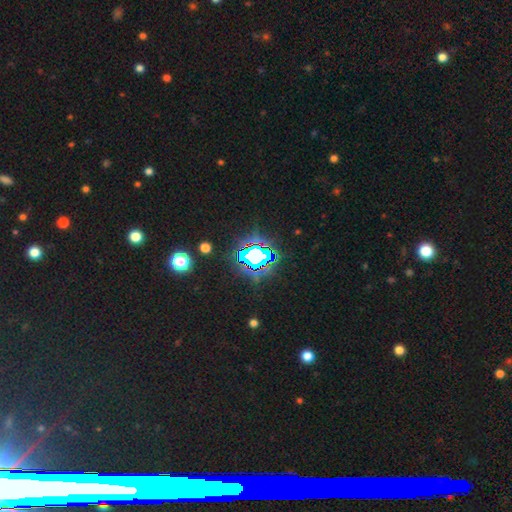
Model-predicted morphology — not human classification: A star or artifact, not a galaxy (73%).